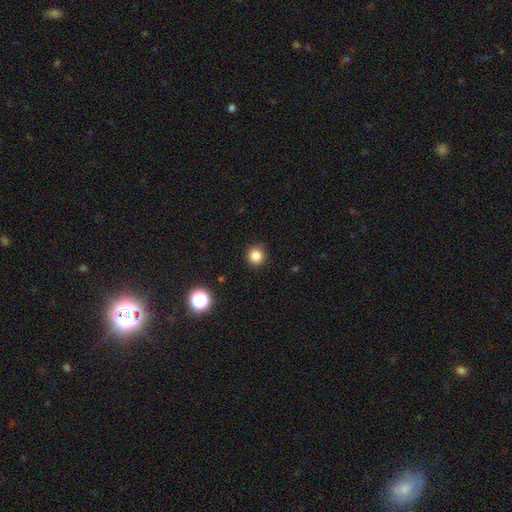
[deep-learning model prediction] This is clearly a smooth galaxy (83%). How rounded: clearly round (92%). Merging: clearly none (91%).